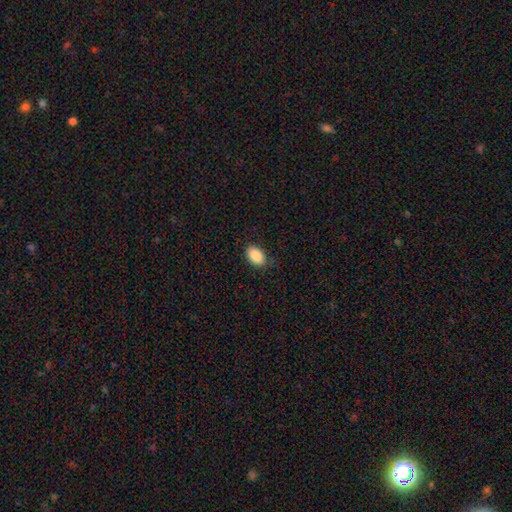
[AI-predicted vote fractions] Q: Smooth or featured?
A: smooth (89%); runner-up: star or artifact (7%)
Q: How rounded?
A: in between (91%); runner-up: round (8%)
Q: Merging?
A: none (82%); runner-up: minor disturbance (14%)